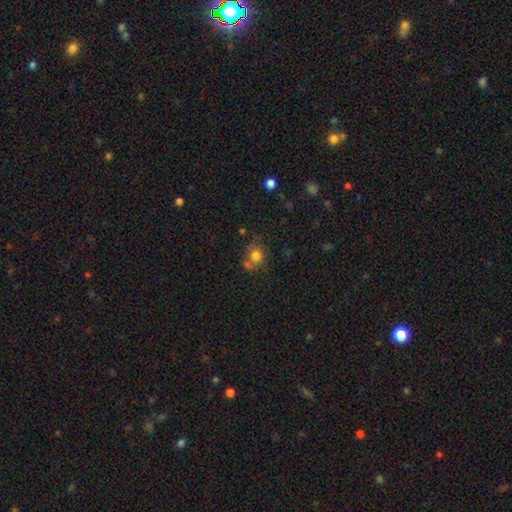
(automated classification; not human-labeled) smooth_or_featured: smooth (p=0.77) [alt: star or artifact p=0.13]
how_rounded: round (p=0.79) [alt: in between p=0.20]
merging: none (p=0.54) [alt: merger p=0.25]